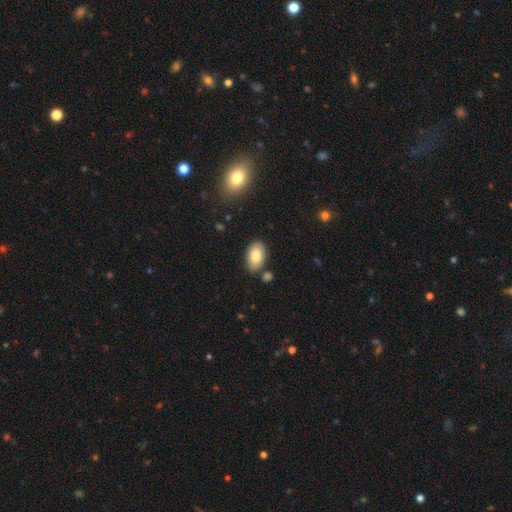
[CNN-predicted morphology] A smooth galaxy with no disk features (82%) that is in between round and cigar-shaped (93%). Merging: none (79%).